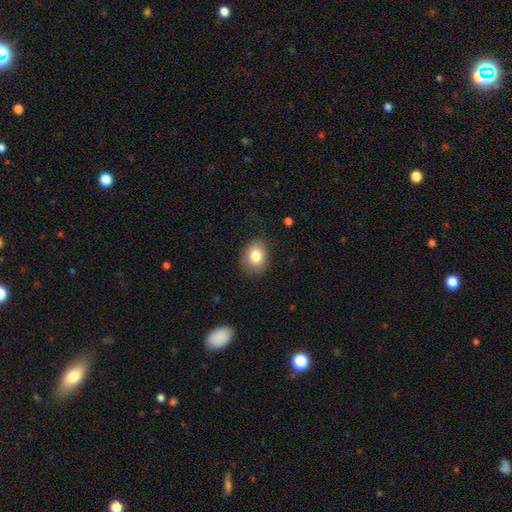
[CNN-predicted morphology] A smooth galaxy with no disk features (80%) that is in between round and cigar-shaped (61%).

Vote fractions:
- Smooth or featured? smooth: 80% / featured or disk: 10% / star or artifact: 9%
- How rounded? in between: 61% / round: 38% / cigar-shaped: 1%
- Merging? none: 78% / minor disturbance: 16% / major disturbance: 4% / merger: 1%